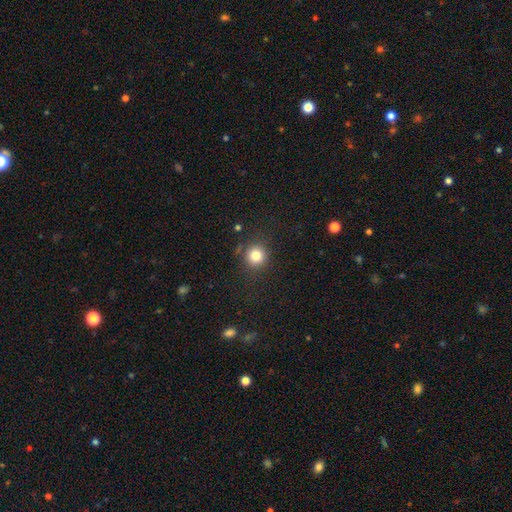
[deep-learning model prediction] The model was most divided on "smooth or featured": smooth: 81%, star or artifact: 13%, featured or disk: 6%. More confident: how rounded — round (92%); merging — none (85%).